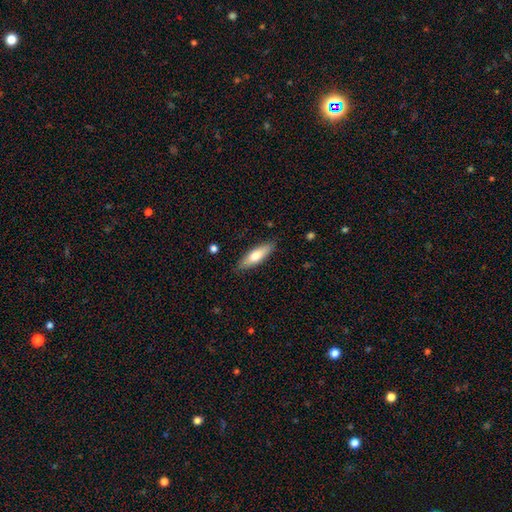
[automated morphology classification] A smooth galaxy with no disk features (69%) that is cigar-shaped (56%).

Vote fractions:
- Smooth or featured? smooth: 69% / featured or disk: 26% / star or artifact: 6%
- How rounded? cigar-shaped: 56% / in between: 43% / round: 2%
- Merging? none: 86% / minor disturbance: 11% / major disturbance: 2% / merger: 1%